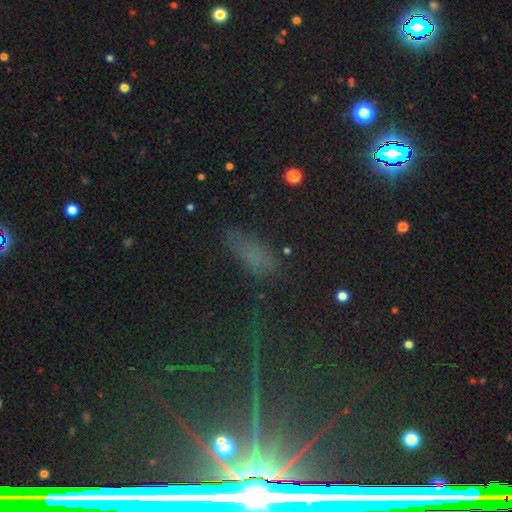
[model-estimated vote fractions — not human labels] smooth_or_featured: star or artifact (p=0.49) [alt: smooth p=0.33]